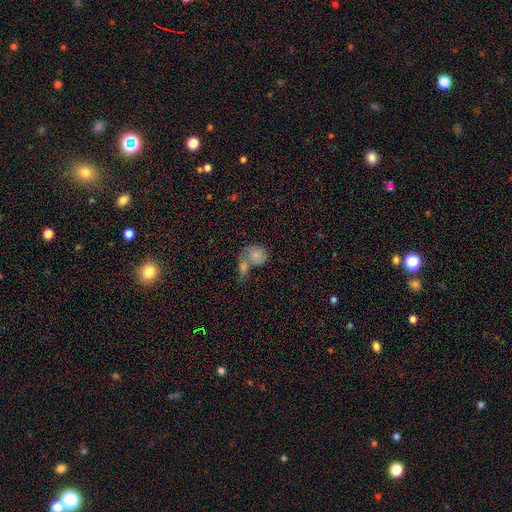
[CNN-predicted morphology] Smooth or featured?
  - smooth: 76% *
  - featured or disk: 15%
  - star or artifact: 9%
How rounded?
  - round: 67% *
  - in between: 31%
  - cigar-shaped: 2%
Merging?
  - merger: 61% *
  - none: 24%
  - minor disturbance: 9%
  - major disturbance: 6%